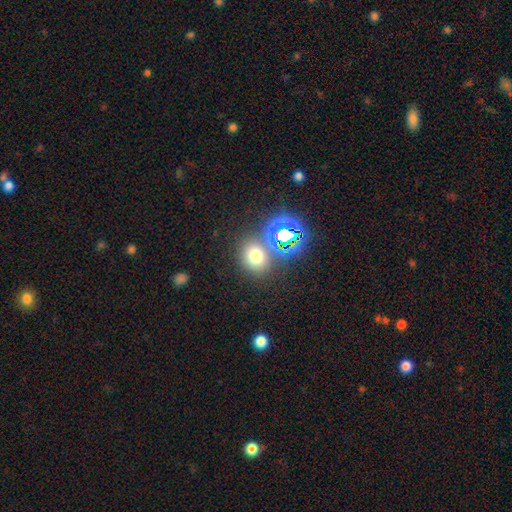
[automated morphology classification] Smooth or featured? Predicted: smooth (p=0.63). How rounded? Predicted: round (p=0.70). Merging? Predicted: none (p=0.73).